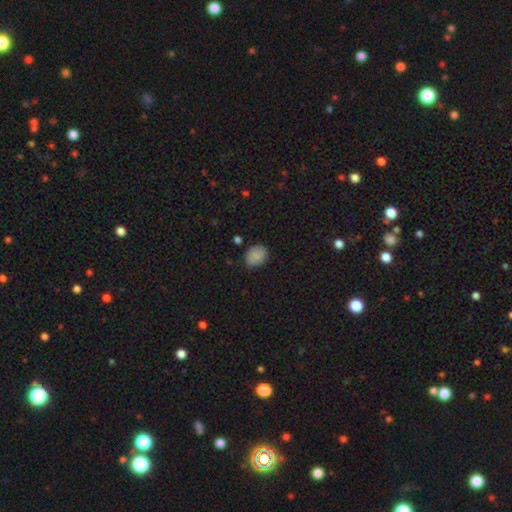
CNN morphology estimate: The model was most divided on "how rounded": in between: 63%, round: 36%, cigar-shaped: 1%. More confident: smooth or featured — smooth (87%); merging — none (81%).